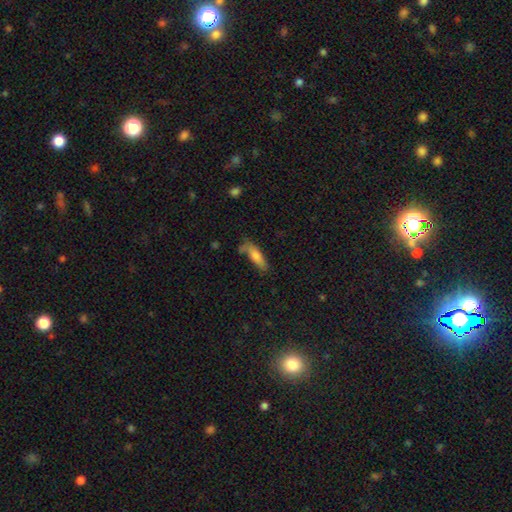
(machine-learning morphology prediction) smooth_or_featured: smooth (p=0.73) [alt: featured or disk p=0.19]
how_rounded: cigar-shaped (p=0.58) [alt: in between p=0.40]
merging: none (p=0.56) [alt: minor disturbance p=0.26]